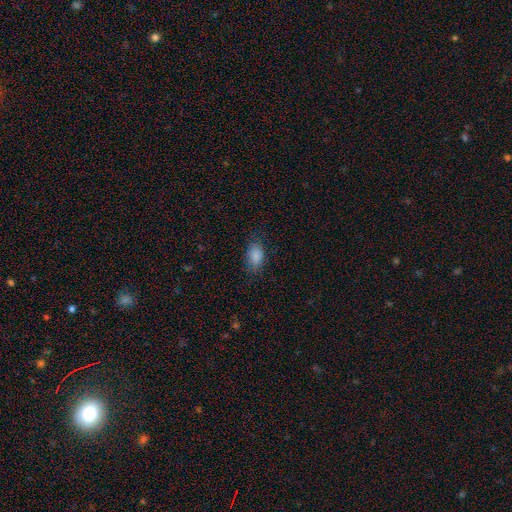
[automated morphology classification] A smooth galaxy with no disk features (87%) that is in between round and cigar-shaped (88%).

Vote fractions:
- Smooth or featured? smooth: 87% / star or artifact: 8% / featured or disk: 5%
- How rounded? in between: 88% / round: 10% / cigar-shaped: 2%
- Merging? none: 79% / minor disturbance: 16% / major disturbance: 5% / merger: 1%